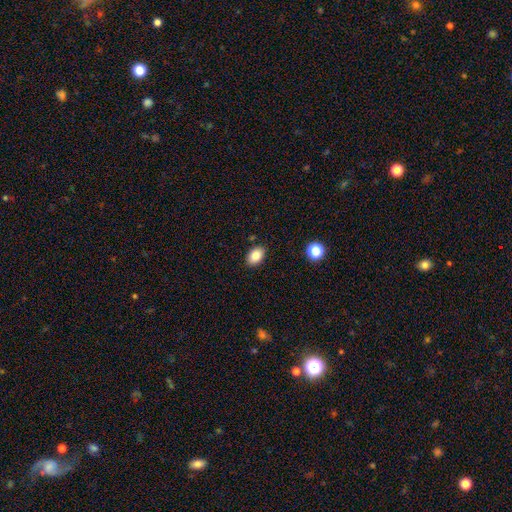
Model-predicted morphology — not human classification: This appears to be a smooth galaxy with no disk features (84%) that is in between round and cigar-shaped (85%). Merging: none (87%).